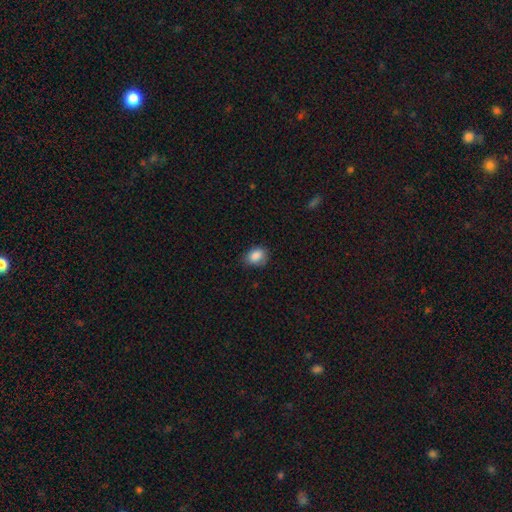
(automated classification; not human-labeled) smooth 86%, star or artifact 9%, featured or disk 5%. Down the decision tree: how rounded — in between (65%); merging — none (72%).